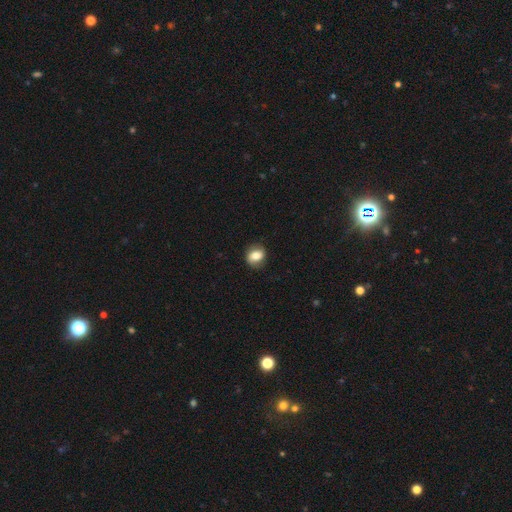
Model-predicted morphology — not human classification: A smooth galaxy with no disk features (69%) that is round (52%).

Vote fractions:
- Smooth or featured? smooth: 69% / featured or disk: 22% / star or artifact: 9%
- How rounded? round: 52% / in between: 47% / cigar-shaped: 1%
- Merging? none: 83% / minor disturbance: 13% / major disturbance: 4% / merger: 1%